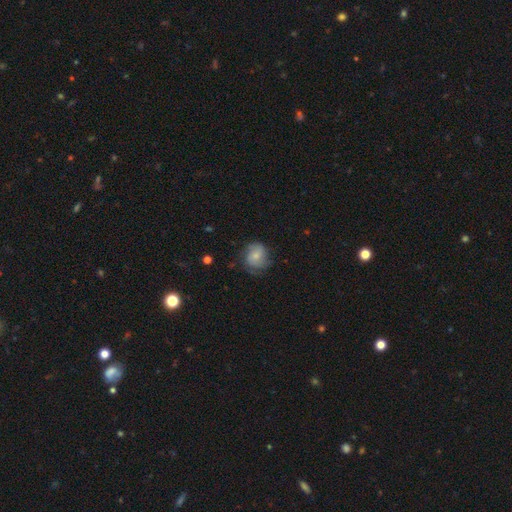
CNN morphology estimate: Smooth or featured?
  - smooth: 53% *
  - featured or disk: 39%
  - star or artifact: 8%
How rounded?
  - round: 74% *
  - in between: 25%
  - cigar-shaped: 1%
Merging?
  - none: 64% *
  - minor disturbance: 25%
  - major disturbance: 11%
  - merger: 1%